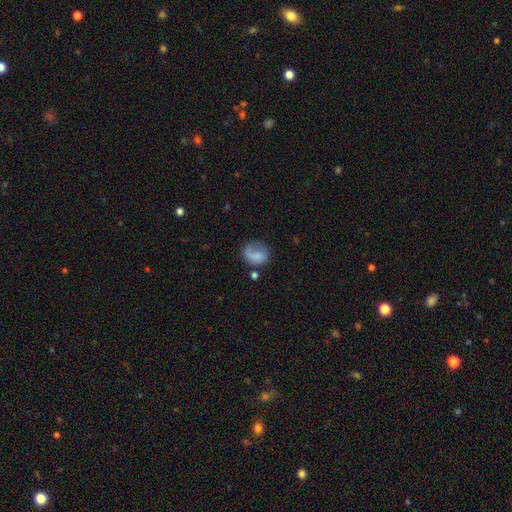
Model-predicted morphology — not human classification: smooth-or-featured: smooth: 63% | featured or disk: 28% | star or artifact: 9%
  how-rounded: round: 66% | in between: 33% | cigar-shaped: 1%
  merging: none: 45% | major disturbance: 27% | minor disturbance: 23% | merger: 5%